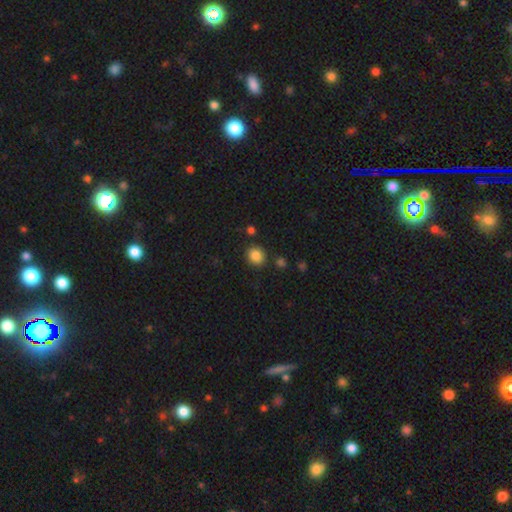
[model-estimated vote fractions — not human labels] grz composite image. It shows a smooth galaxy with no disk features (86%) that is round (78%). Merging: none (86%).